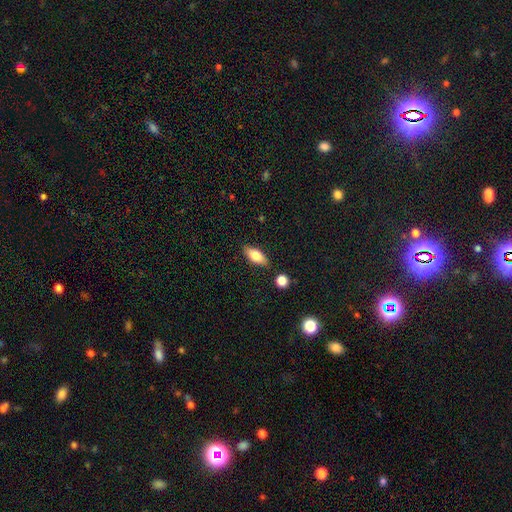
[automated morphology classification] The model was most divided on "smooth or featured": smooth: 73%, featured or disk: 20%, star or artifact: 7%. More confident: merging — none (85%); how rounded — in between (81%).